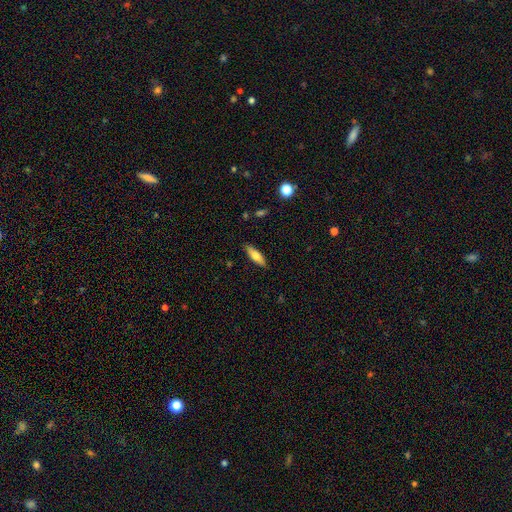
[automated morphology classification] Overall: smooth (68%). How rounded: in between (52%; cigar-shaped 46%). Merging: none (88%).